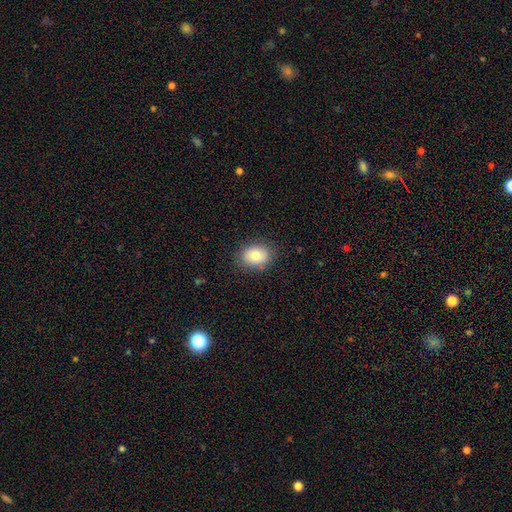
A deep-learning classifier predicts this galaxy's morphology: Smooth or featured?
  - smooth: 81% *
  - featured or disk: 11%
  - star or artifact: 8%
How rounded?
  - in between: 61% *
  - round: 38%
  - cigar-shaped: 1%
Merging?
  - none: 84% *
  - minor disturbance: 12%
  - major disturbance: 3%
  - merger: 1%